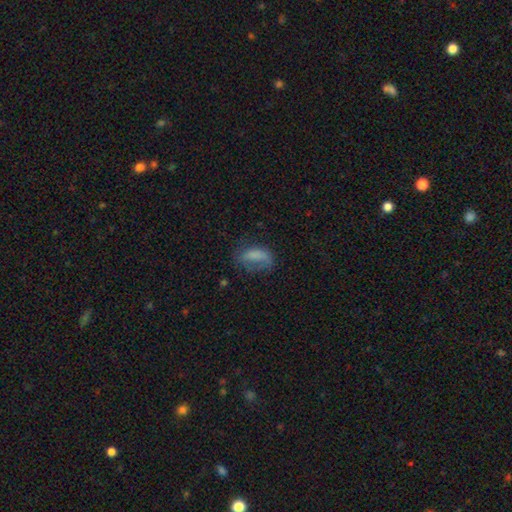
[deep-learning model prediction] This appears to be a smooth galaxy with no disk features (67%) that is in between round and cigar-shaped (85%). Merging: none (38%).